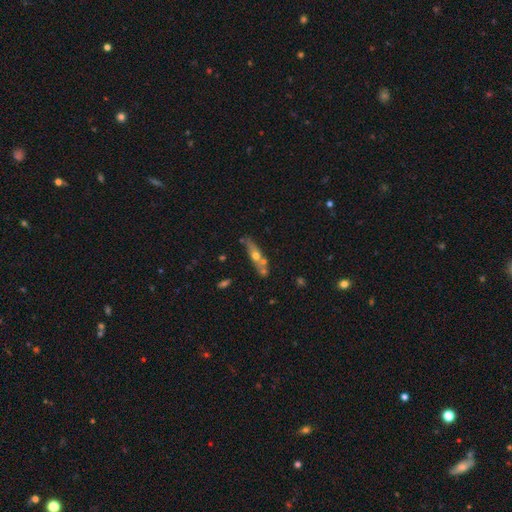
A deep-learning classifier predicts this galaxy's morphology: This is possibly a featured or disk galaxy (49%). Merging: possibly none (58%).